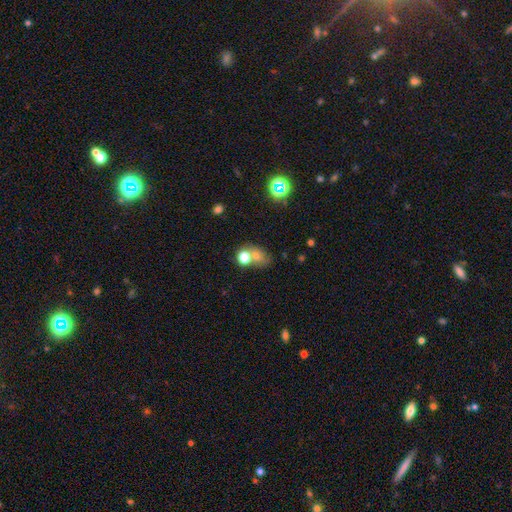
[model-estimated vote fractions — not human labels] smooth 67%, star or artifact 18%, featured or disk 15%. Down the decision tree: how rounded — in between (50%); merging — merger (44%).